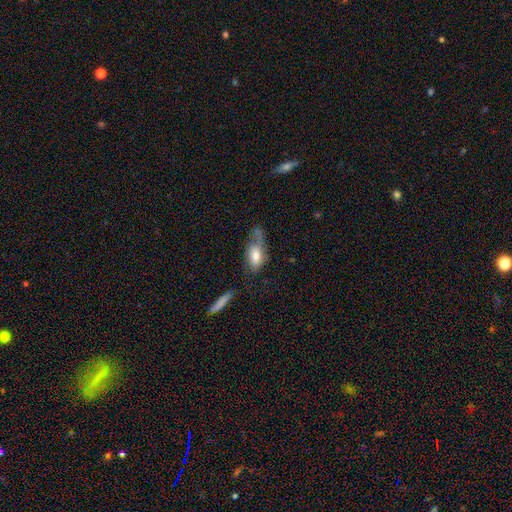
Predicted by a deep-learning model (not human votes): smooth-or-featured: smooth: 68% | featured or disk: 26% | star or artifact: 7%
  how-rounded: in between: 87% | cigar-shaped: 8% | round: 6%
  merging: none: 32% | major disturbance: 30% | minor disturbance: 27% | merger: 11%